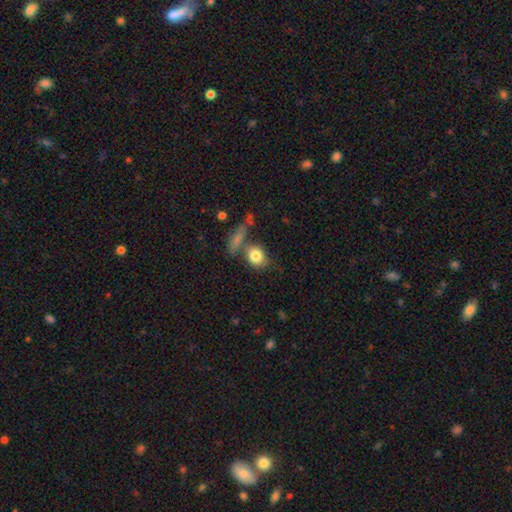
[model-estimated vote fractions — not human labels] This is clearly a smooth galaxy (82%). How rounded: possibly round (55%). Merging: possibly none (55%).